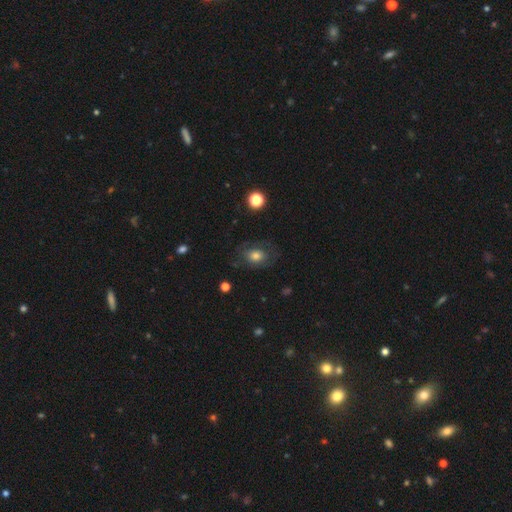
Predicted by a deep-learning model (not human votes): Smooth or featured: smooth — 60% (featured or disk — 29%)
How rounded: in between — 63% (round — 35%)
Merging: none — 67% (minor disturbance — 19%)